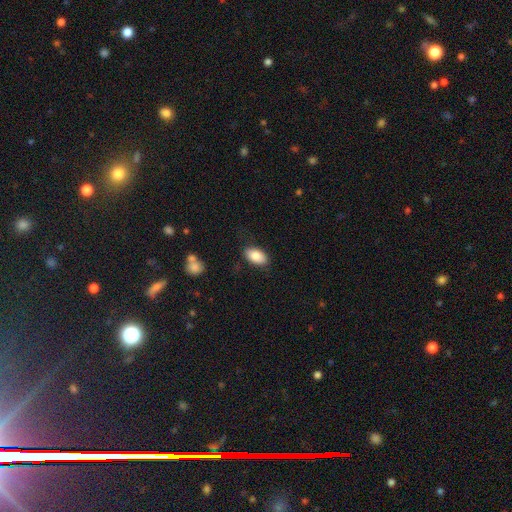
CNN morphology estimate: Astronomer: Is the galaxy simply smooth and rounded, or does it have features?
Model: smooth — 84%.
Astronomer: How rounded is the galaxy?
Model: in between — 93%.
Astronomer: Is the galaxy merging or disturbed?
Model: none — 84%.